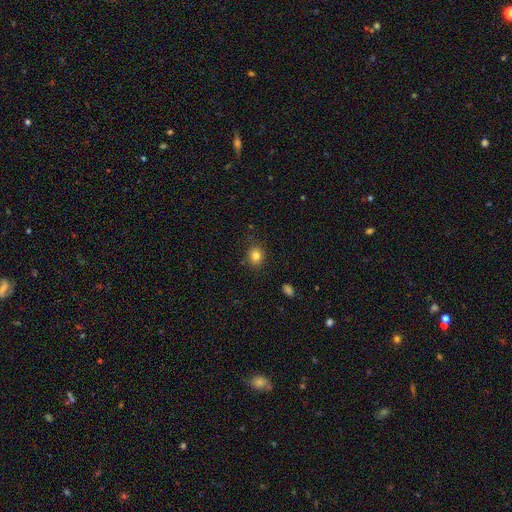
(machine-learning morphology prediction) A smooth galaxy with no disk features (82%) that is round (71%). Merging: none (83%).